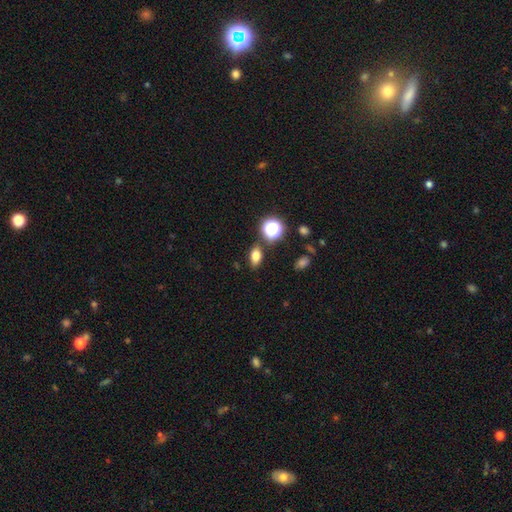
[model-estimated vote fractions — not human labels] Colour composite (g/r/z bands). It shows a smooth galaxy with no disk features (74%) that is in between round and cigar-shaped (78%). Merging: none (81%).